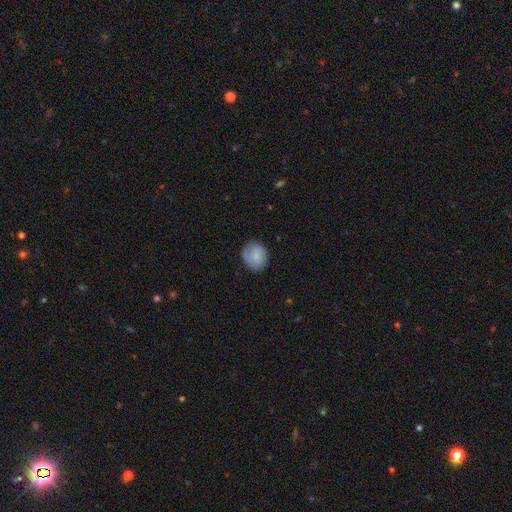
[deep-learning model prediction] A smooth galaxy with no disk features (68%) that is round (70%).

Vote fractions:
- Smooth or featured? smooth: 68% / featured or disk: 24% / star or artifact: 7%
- How rounded? round: 70% / in between: 29% / cigar-shaped: 1%
- Merging? none: 75% / minor disturbance: 18% / major disturbance: 6% / merger: 1%